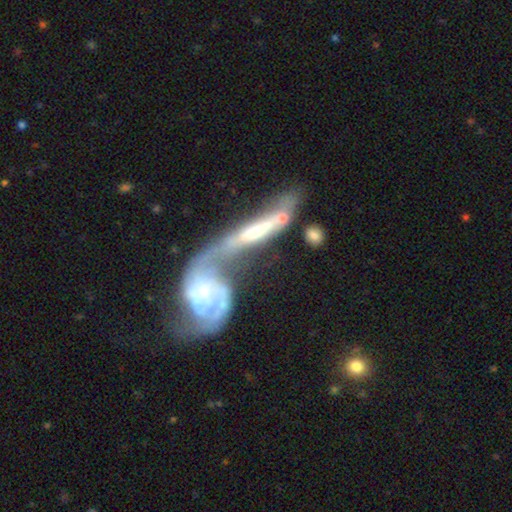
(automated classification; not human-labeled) This appears to be a featured or disk galaxy (80%) with no bar (46%), spiral arms (88%) and a small central bulge (46%). Merging: merger (67%).